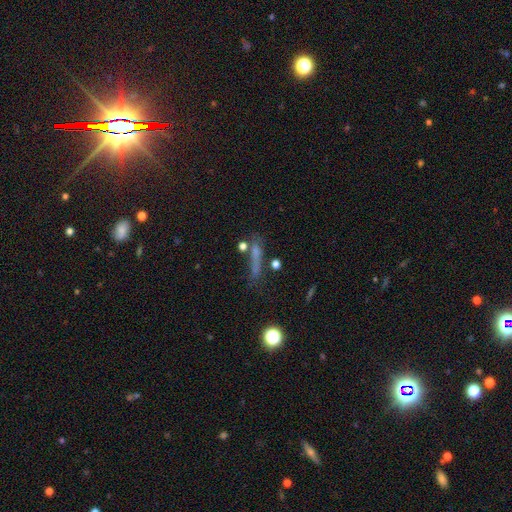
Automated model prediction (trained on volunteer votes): Morphology: type=smooth (50%); roundness=cigar-shaped (75%); merging=none (60%).